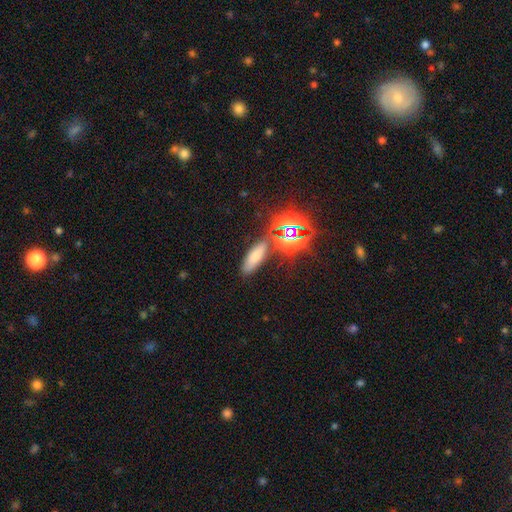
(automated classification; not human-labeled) Smooth or featured: smooth — 64% (star or artifact — 25%)
How rounded: in between — 53% (cigar-shaped — 39%)
Merging: none — 78% (minor disturbance — 11%)